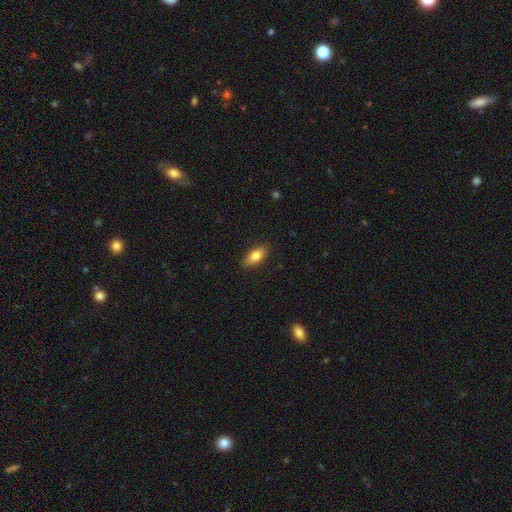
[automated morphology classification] Q: Smooth or featured?
A: smooth (80%); runner-up: featured or disk (13%)
Q: How rounded?
A: in between (84%); runner-up: cigar-shaped (12%)
Q: Merging?
A: none (88%); runner-up: minor disturbance (9%)